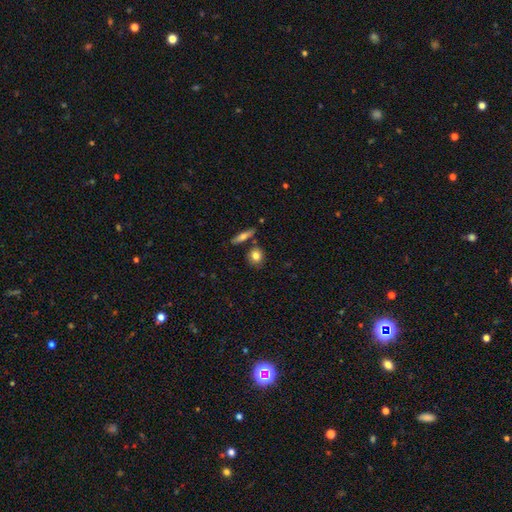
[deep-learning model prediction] This is likely a smooth galaxy (79%). How rounded: likely round (71%). Merging: likely none (75%).